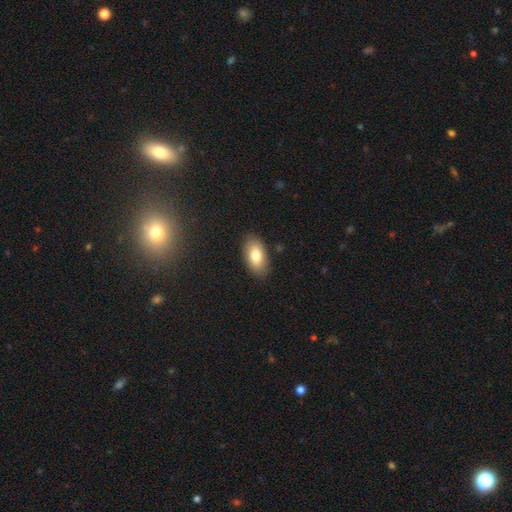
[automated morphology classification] smooth_or_featured: smooth (p=0.79) [alt: featured or disk p=0.14]
how_rounded: in between (p=0.93) [alt: round p=0.04]
merging: none (p=0.86) [alt: minor disturbance p=0.10]